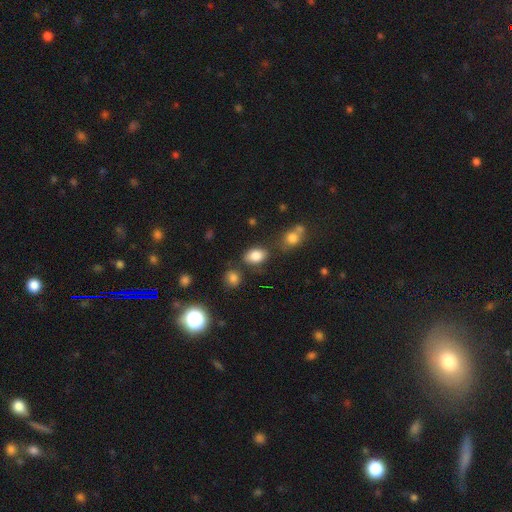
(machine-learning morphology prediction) The model was most divided on "merging": none: 73%, minor disturbance: 15%, merger: 8%, major disturbance: 4%. More confident: smooth or featured — smooth (83%); how rounded — in between (83%).